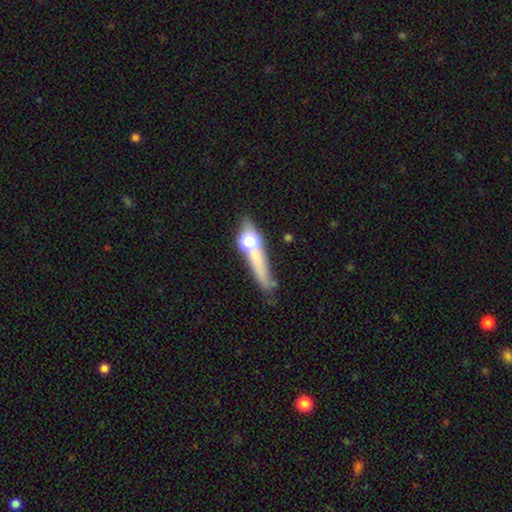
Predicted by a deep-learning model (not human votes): Smooth or featured? Predicted: smooth (p=0.51). How rounded? Predicted: cigar-shaped (p=0.63). Merging? Predicted: none (p=0.46).